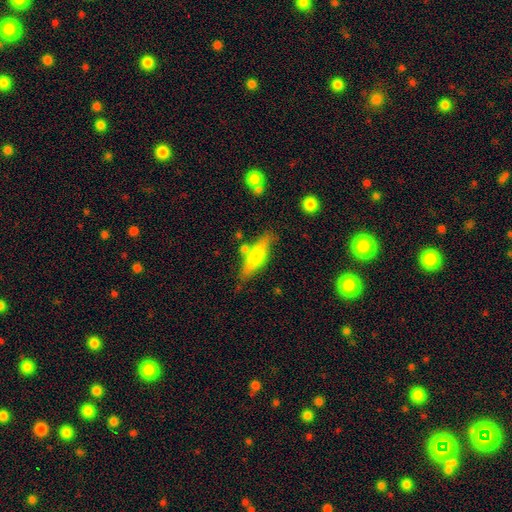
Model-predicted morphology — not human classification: Smooth or featured?
  - featured or disk: 49% *
  - smooth: 44%
  - star or artifact: 7%
Merging?
  - none: 76% *
  - minor disturbance: 14%
  - merger: 6%
  - major disturbance: 3%